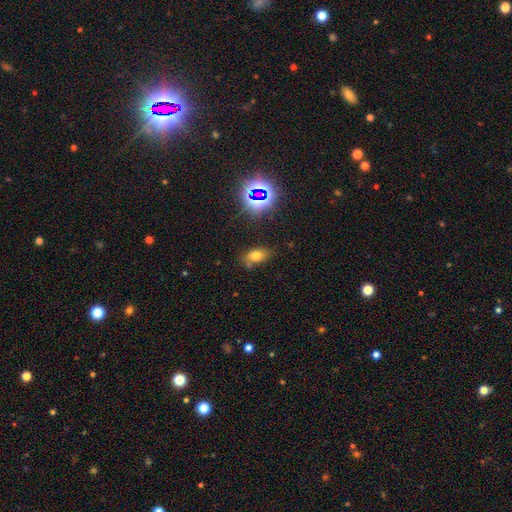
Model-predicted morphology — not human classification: Overall: smooth (68%). How rounded: in between (82%). Merging: none (70%).